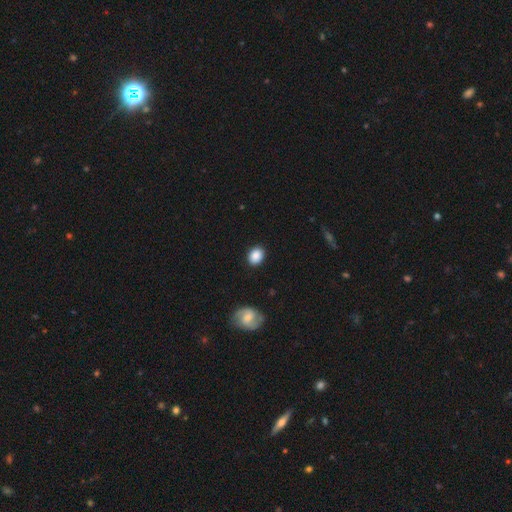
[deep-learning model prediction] Q: Smooth or featured?
A: smooth (86%); runner-up: star or artifact (7%)
Q: How rounded?
A: in between (58%); runner-up: round (41%)
Q: Merging?
A: none (85%); runner-up: minor disturbance (11%)